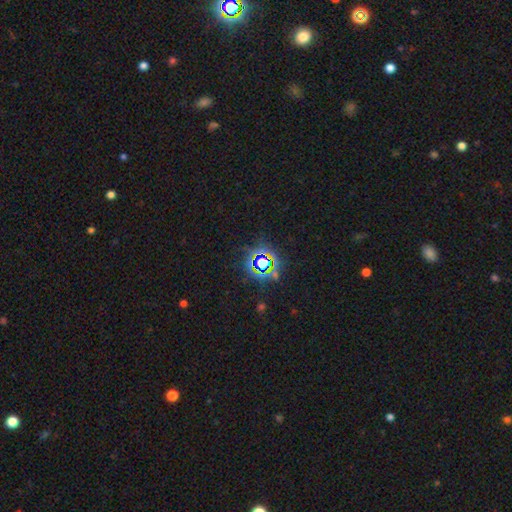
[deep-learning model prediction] This appears to be a star or artifact, not a galaxy (73%).